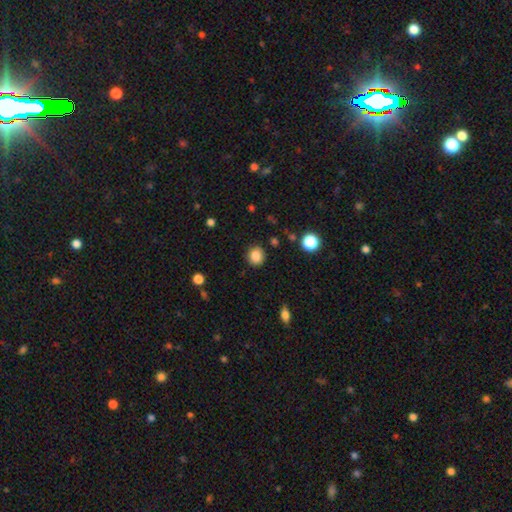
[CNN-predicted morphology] type=smooth (85%); roundness=round (86%); merging=none (89%).